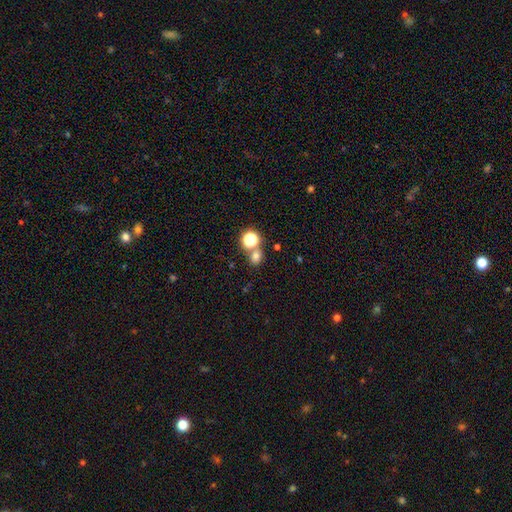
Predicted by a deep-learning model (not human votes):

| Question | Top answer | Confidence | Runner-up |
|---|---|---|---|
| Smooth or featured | smooth | 69% | star or artifact (24%) |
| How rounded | round | 68% | in between (31%) |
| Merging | none | 64% | merger (24%) |